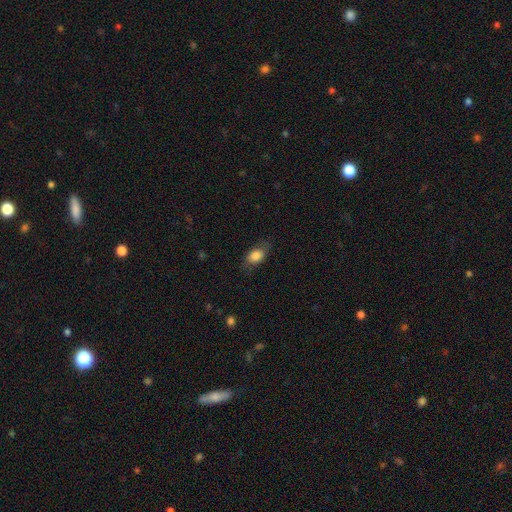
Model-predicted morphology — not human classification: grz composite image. It shows a smooth galaxy with no disk features (81%) that is in between round and cigar-shaped (85%). Merging: none (72%).